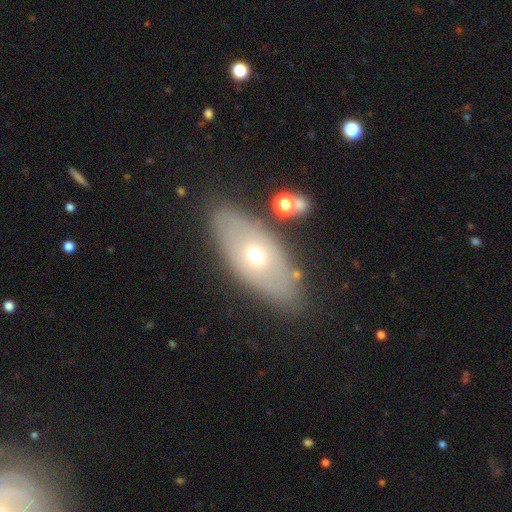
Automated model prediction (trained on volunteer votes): Smooth or featured? Predicted: smooth (p=0.52). How rounded? Predicted: in between (p=0.83). Merging? Predicted: none (p=0.81).